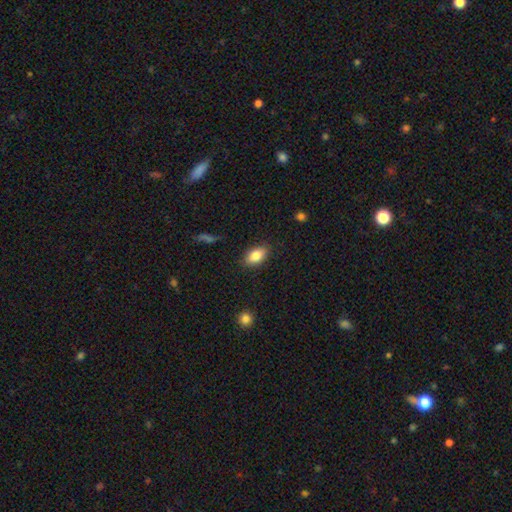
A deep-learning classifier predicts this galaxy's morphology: A smooth galaxy with no disk features (83%) that is in between round and cigar-shaped (90%).

Vote fractions:
- Smooth or featured? smooth: 83% / featured or disk: 9% / star or artifact: 8%
- How rounded? in between: 90% / round: 7% / cigar-shaped: 3%
- Merging? none: 86% / minor disturbance: 10% / major disturbance: 2% / merger: 1%